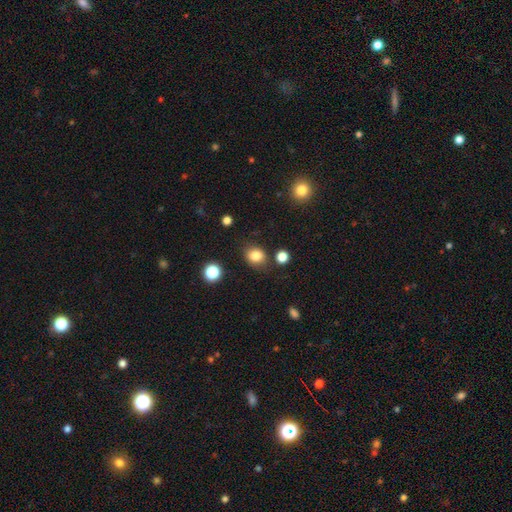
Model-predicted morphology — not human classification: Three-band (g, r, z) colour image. It shows a smooth galaxy with no disk features (82%) that is round (57%). Merging: none (78%).